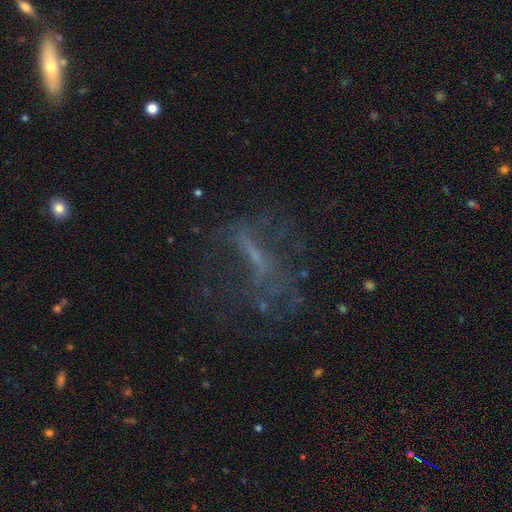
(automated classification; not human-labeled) Q: Smooth or featured?
A: featured or disk (51%); runner-up: star or artifact (26%)
Q: Edge-on disk?
A: no (88%); runner-up: yes (12%)
Q: Merging?
A: none (46%); runner-up: major disturbance (34%)